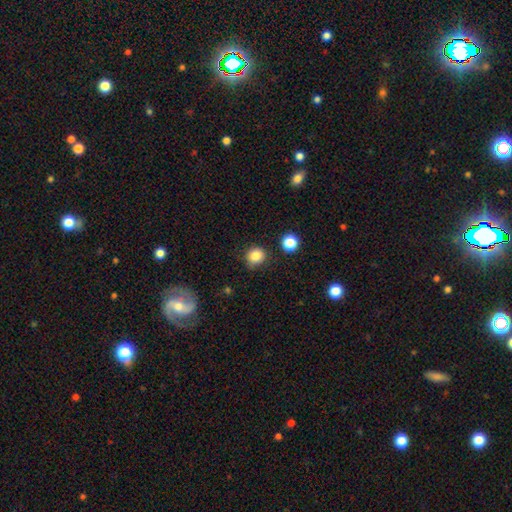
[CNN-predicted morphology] Smooth or featured?
  - smooth: 84% *
  - star or artifact: 11%
  - featured or disk: 5%
How rounded?
  - round: 89% *
  - in between: 10%
  - cigar-shaped: 1%
Merging?
  - none: 83% *
  - minor disturbance: 11%
  - merger: 3%
  - major disturbance: 3%